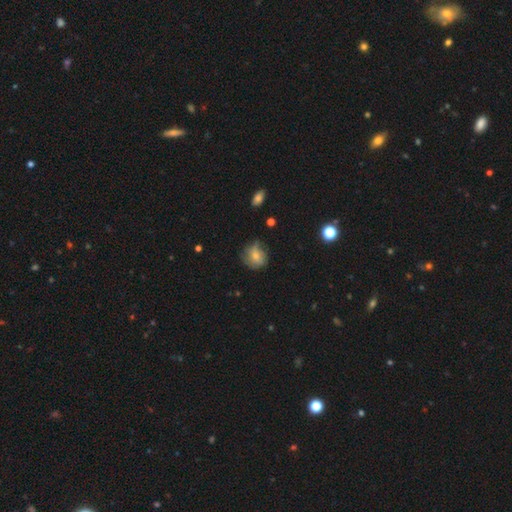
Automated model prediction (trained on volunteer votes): This is possibly a smooth galaxy (57%). How rounded: likely round (68%). Merging: possibly none (54%).